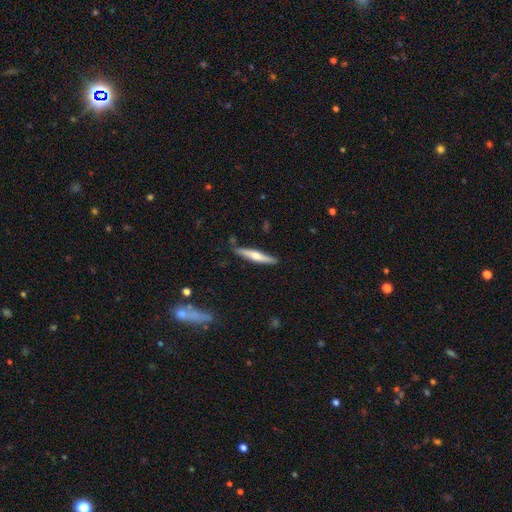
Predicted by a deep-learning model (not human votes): A featured or disk galaxy (50%) viewed edge-on (95%). Merging: none (86%).